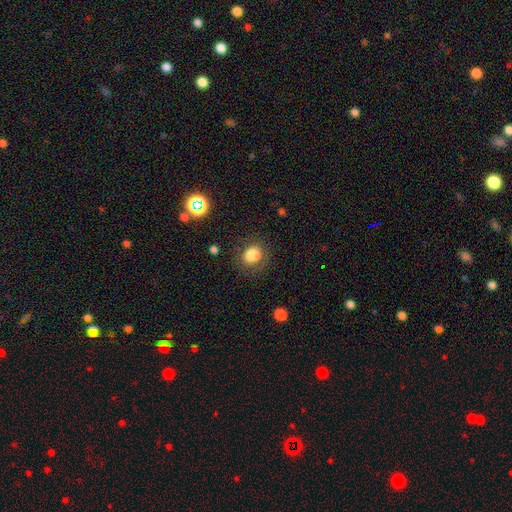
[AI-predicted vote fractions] Q: Smooth or featured?
A: smooth (81%); runner-up: star or artifact (11%)
Q: How rounded?
A: round (66%); runner-up: in between (33%)
Q: Merging?
A: none (80%); runner-up: minor disturbance (13%)